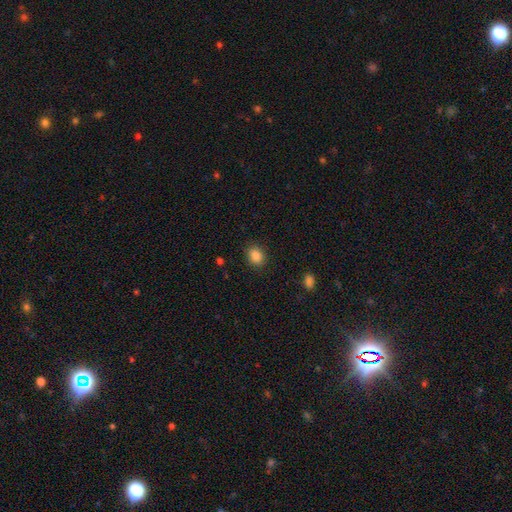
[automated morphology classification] A smooth galaxy with no disk features (86%) that is round (53%). Merging: none (89%).